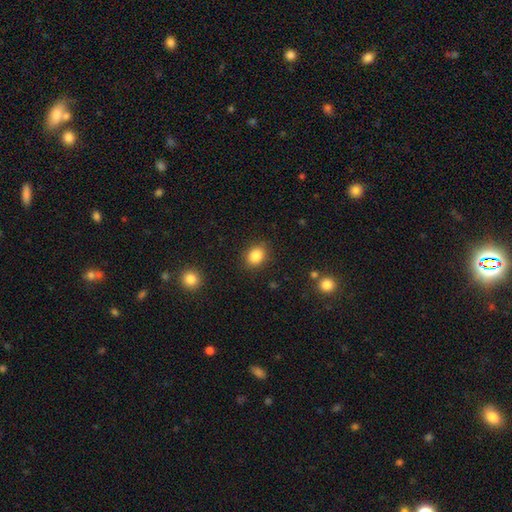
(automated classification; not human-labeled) Smooth or featured? smooth (85%)
How rounded? in between (52%)
Merging? none (87%)